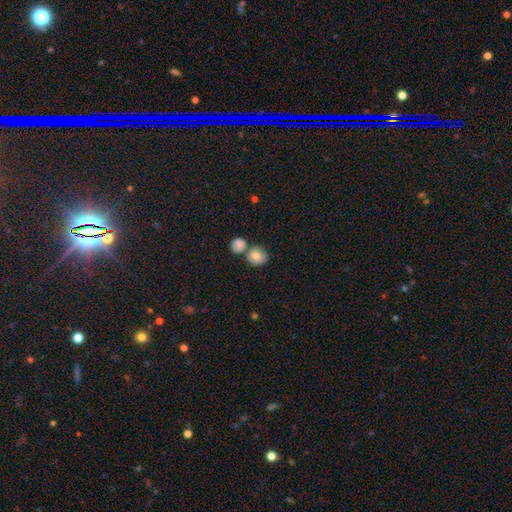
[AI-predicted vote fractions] This is clearly a smooth galaxy (81%). How rounded: likely round (76%). Merging: possibly none (47%).